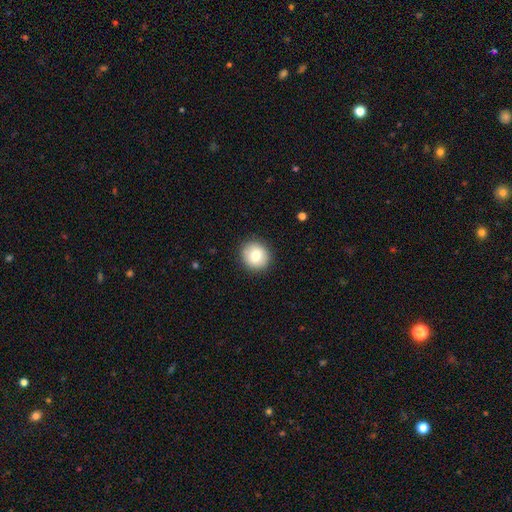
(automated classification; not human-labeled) smooth 78%, featured or disk 13%, star or artifact 9%. Down the decision tree: how rounded — round (88%); merging — none (90%).